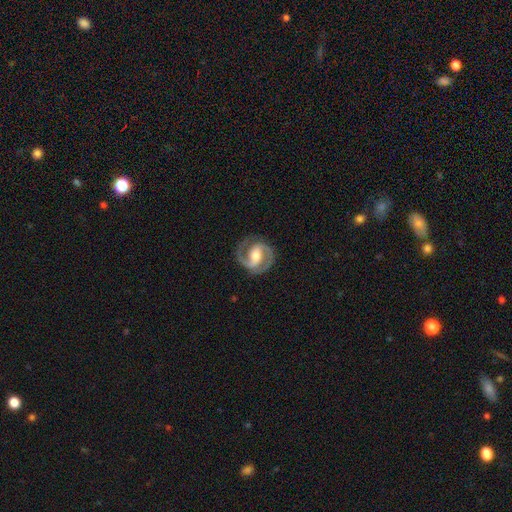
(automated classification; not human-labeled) Smooth or featured? Predicted: featured or disk (p=0.90). Edge-on disk? Predicted: no (p=0.98). Bar? Predicted: strong (p=0.41). Spiral arms? Predicted: yes (p=0.97). Spiral winding? Predicted: medium (p=0.54). Spiral arm count? Predicted: 2 (p=0.93). Bulge size? Predicted: moderate (p=0.64). Merging? Predicted: none (p=0.85).